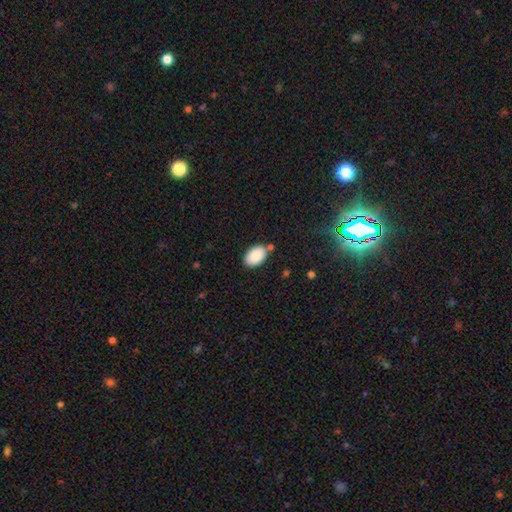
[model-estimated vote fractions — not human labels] This is clearly a smooth galaxy (87%). How rounded: clearly in between (92%). Merging: clearly none (81%).